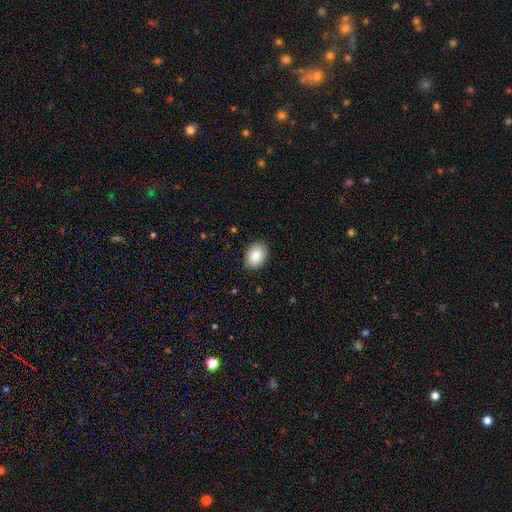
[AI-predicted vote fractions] Smooth or featured? smooth (86%)
How rounded? in between (69%)
Merging? none (88%)